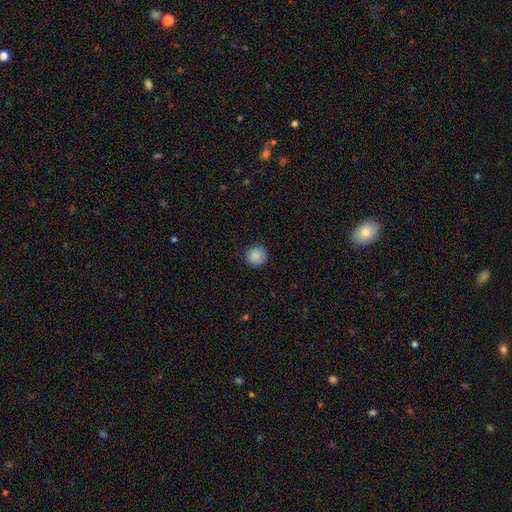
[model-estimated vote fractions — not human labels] Smooth or featured?
  - smooth: 87% *
  - star or artifact: 9%
  - featured or disk: 4%
How rounded?
  - round: 93% *
  - in between: 6%
  - cigar-shaped: 1%
Merging?
  - none: 84% *
  - minor disturbance: 12%
  - major disturbance: 3%
  - merger: 1%